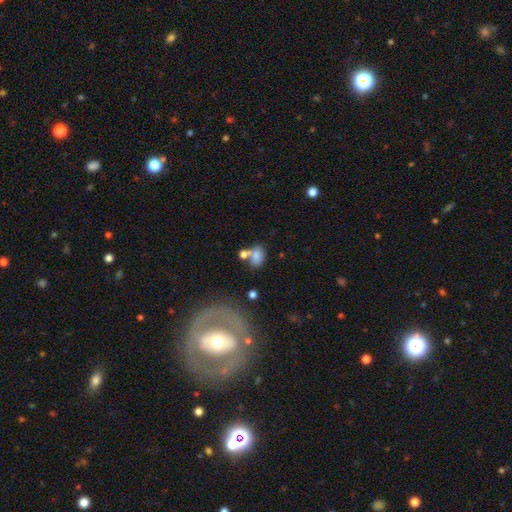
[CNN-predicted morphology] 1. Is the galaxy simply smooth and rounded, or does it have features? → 74% smooth, 15% featured or disk, 11% star or artifact.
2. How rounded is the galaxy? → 77% in between, 21% round, 2% cigar-shaped.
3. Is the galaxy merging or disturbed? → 39% merger (tied), 39% none (tied), 14% minor disturbance, 7% major disturbance.